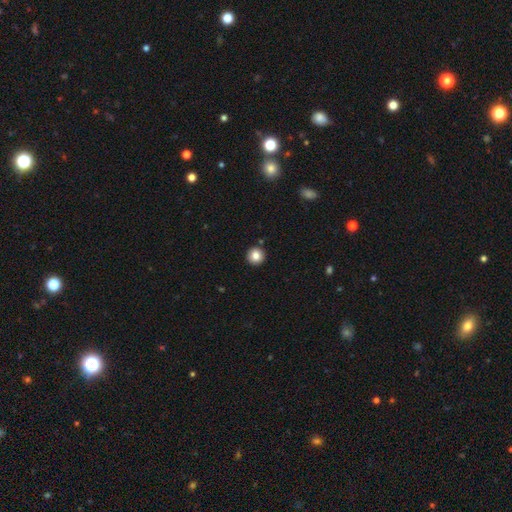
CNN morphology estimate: This is clearly a smooth galaxy (83%). How rounded: clearly round (95%). Merging: clearly none (92%).